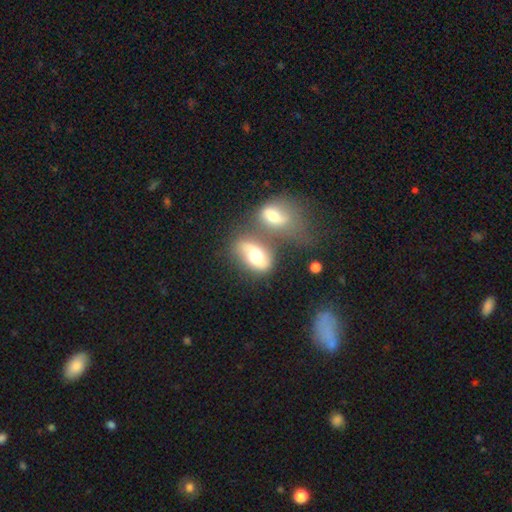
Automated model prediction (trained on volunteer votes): A smooth galaxy with no disk features (50%) that is in between round and cigar-shaped (82%). Merging: none (42%).